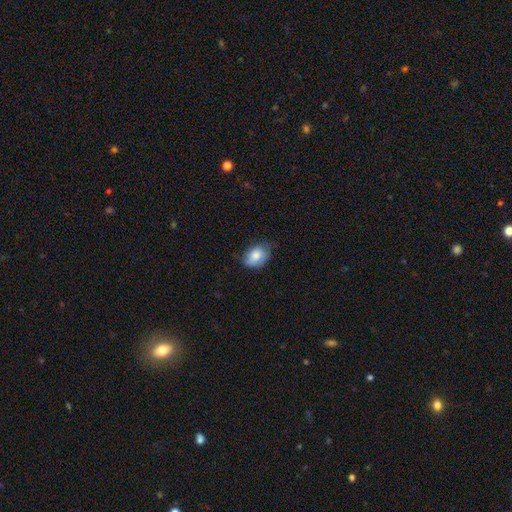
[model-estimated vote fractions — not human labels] This is clearly a smooth galaxy (81%). How rounded: likely in between (75%). Merging: possibly none (58%).